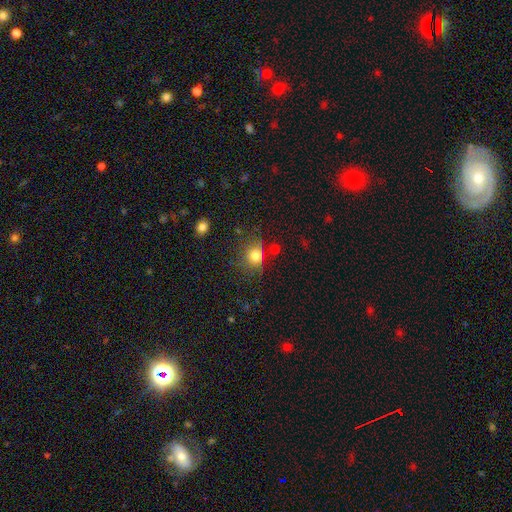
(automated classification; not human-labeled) smooth-or-featured: smooth: 78% | star or artifact: 13% | featured or disk: 9%
  how-rounded: round: 72% | in between: 26% | cigar-shaped: 1%
  merging: none: 60% | minor disturbance: 22% | major disturbance: 10% | merger: 8%